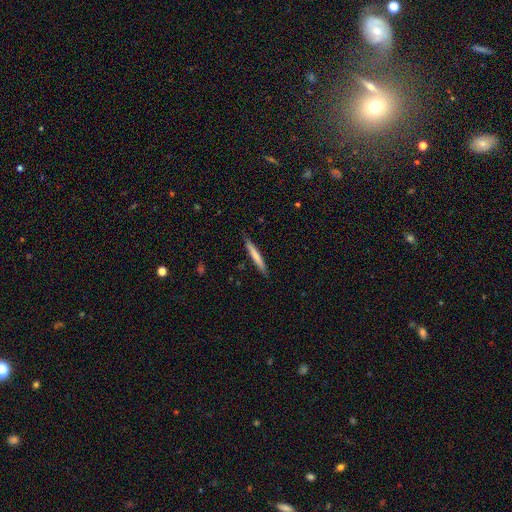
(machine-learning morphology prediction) Smooth or featured? Predicted: smooth (p=0.68). How rounded? Predicted: cigar-shaped (p=0.96). Merging? Predicted: none (p=0.88).